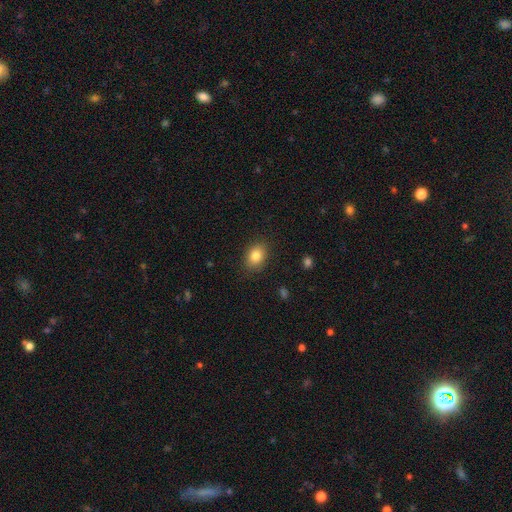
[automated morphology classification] Smooth or featured?
  - smooth: 83% *
  - star or artifact: 9%
  - featured or disk: 8%
How rounded?
  - in between: 68% *
  - round: 31%
  - cigar-shaped: 1%
Merging?
  - none: 86% *
  - minor disturbance: 10%
  - major disturbance: 3%
  - merger: 1%